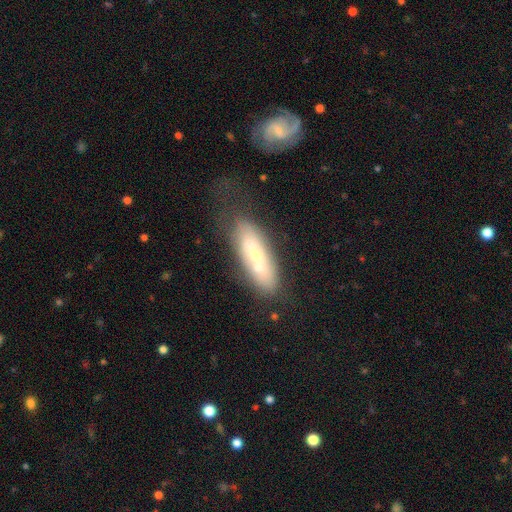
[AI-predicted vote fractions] Smooth or featured: featured or disk — 46% (tied with smooth — 46%)
Merging: none — 46% (minor disturbance — 24%)